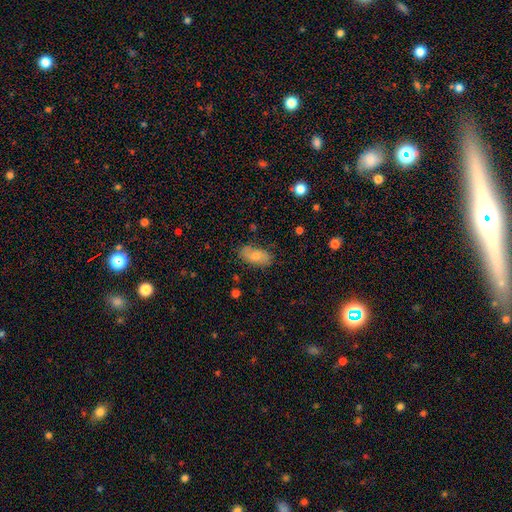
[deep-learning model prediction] Morphology: type=smooth (73%); roundness=in between (92%); merging=none (78%).